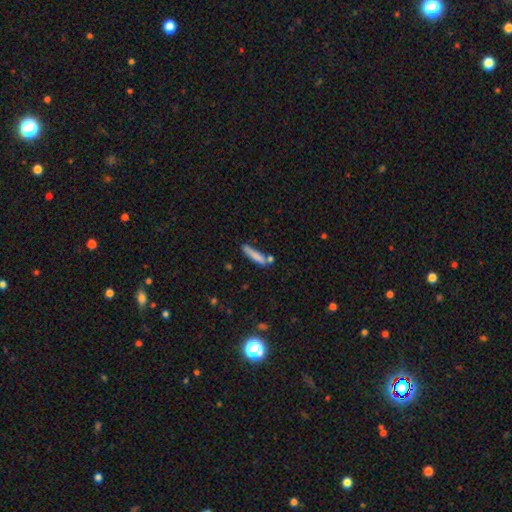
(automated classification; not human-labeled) The model was most divided on "merging": none: 68%, minor disturbance: 17%, merger: 11%, major disturbance: 4%. More confident: how rounded — cigar-shaped (86%); smooth or featured — smooth (79%).